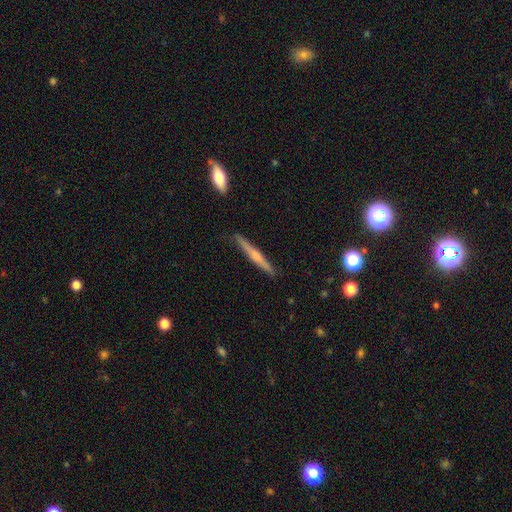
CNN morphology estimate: Smooth or featured? Predicted: featured or disk (p=0.55). Edge-on disk? Predicted: yes (p=0.97). Edge-on bulge? Predicted: rounded (p=0.63). Merging? Predicted: none (p=0.88).